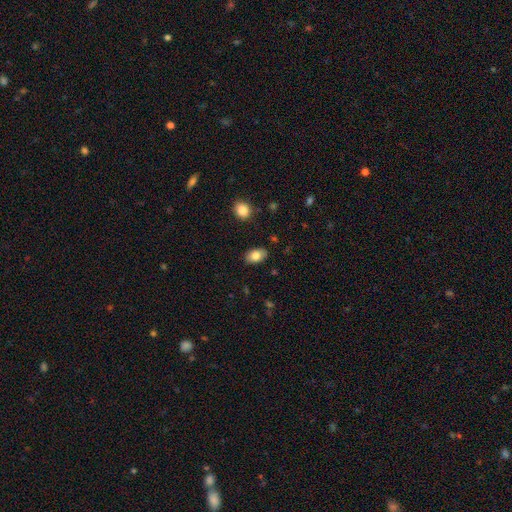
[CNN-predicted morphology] Smooth or featured? Predicted: smooth (p=0.81). How rounded? Predicted: in between (p=0.89). Merging? Predicted: none (p=0.87).